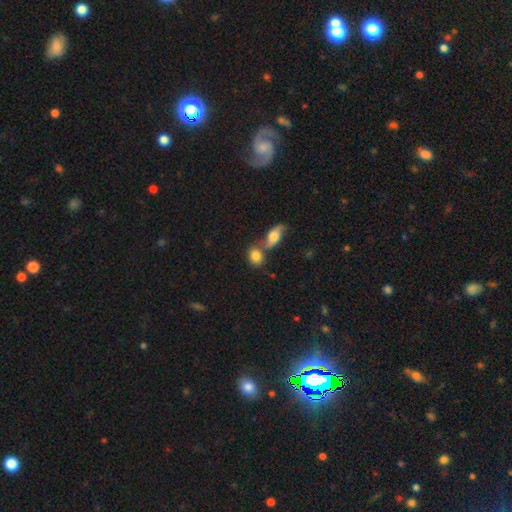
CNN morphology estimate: smooth-or-featured: smooth: 82% | featured or disk: 11% | star or artifact: 7%
  how-rounded: in between: 59% | round: 39% | cigar-shaped: 3%
  merging: none: 43% | merger: 42% | minor disturbance: 11% | major disturbance: 4%